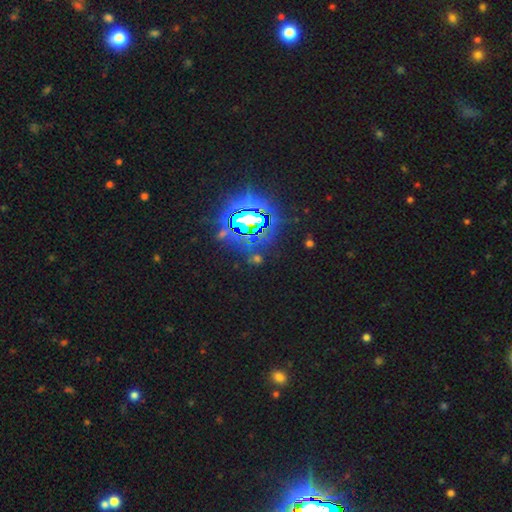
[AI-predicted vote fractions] smooth-or-featured: star or artifact: 81% | smooth: 11% | featured or disk: 8%